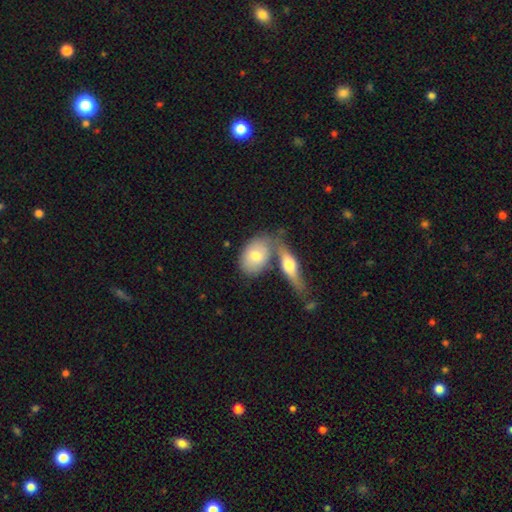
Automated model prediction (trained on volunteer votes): Q: Smooth or featured?
A: smooth (64%); runner-up: featured or disk (31%)
Q: How rounded?
A: in between (80%); runner-up: round (16%)
Q: Merging?
A: merger (46%); runner-up: none (38%)